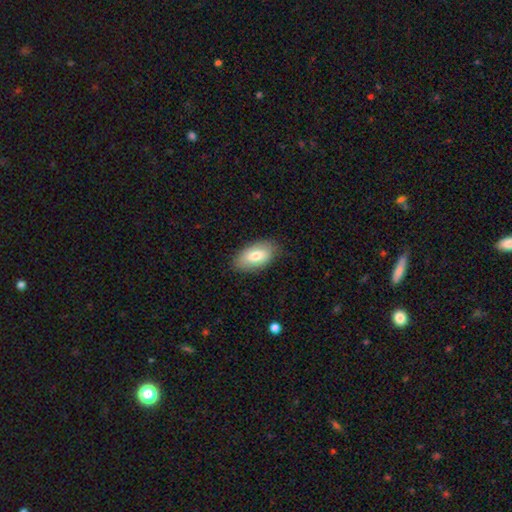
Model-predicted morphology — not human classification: Overall: smooth (76%). How rounded: in between (94%). Merging: none (82%).